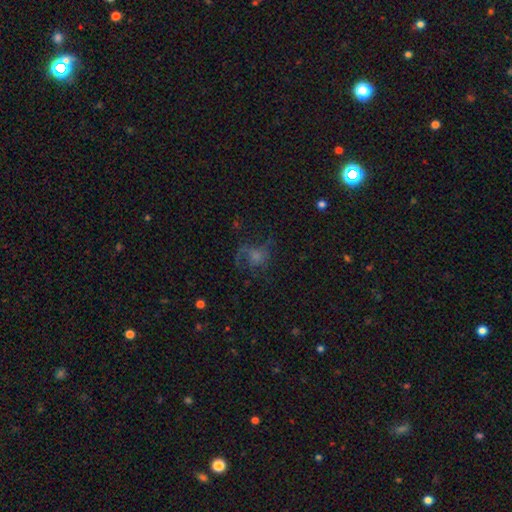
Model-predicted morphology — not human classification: This is marginally a featured or disk galaxy (42%). Merging: possibly none (50%).